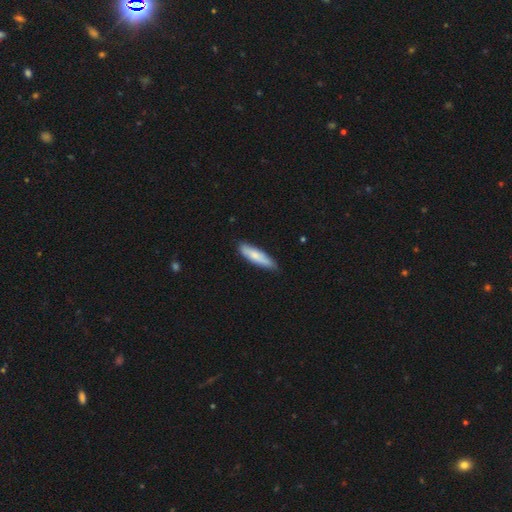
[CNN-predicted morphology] Smooth or featured: smooth — 77% (featured or disk — 18%)
How rounded: cigar-shaped — 71% (in between — 27%)
Merging: none — 82% (minor disturbance — 15%)